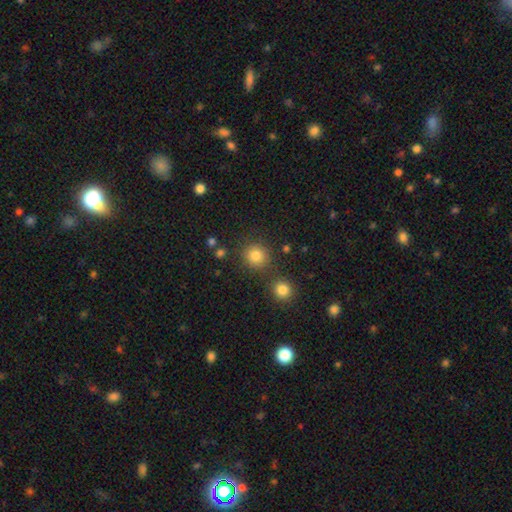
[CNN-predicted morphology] Smooth or featured? Predicted: smooth (p=0.83). How rounded? Predicted: round (p=0.89). Merging? Predicted: none (p=0.79).